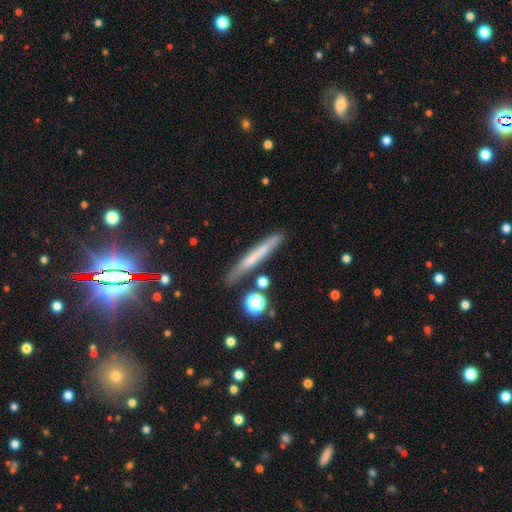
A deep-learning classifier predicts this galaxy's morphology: Smooth or featured?
  - smooth: 52% *
  - featured or disk: 38%
  - star or artifact: 10%
How rounded?
  - cigar-shaped: 95% *
  - in between: 3%
  - round: 2%
Merging?
  - none: 83% *
  - minor disturbance: 11%
  - merger: 4%
  - major disturbance: 3%